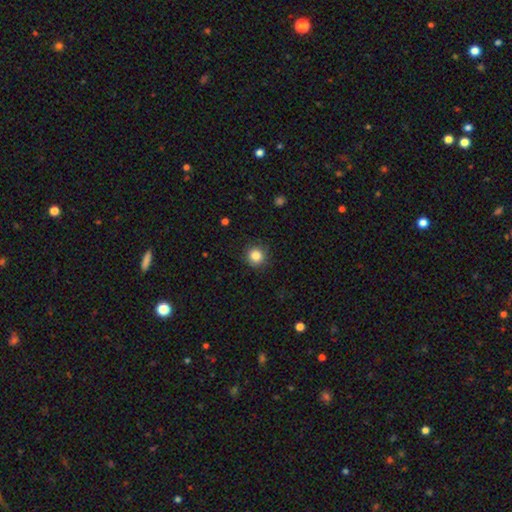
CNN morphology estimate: smooth_or_featured: smooth (p=0.86) [alt: star or artifact p=0.10]
how_rounded: round (p=0.94) [alt: in between p=0.05]
merging: none (p=0.89) [alt: minor disturbance p=0.07]